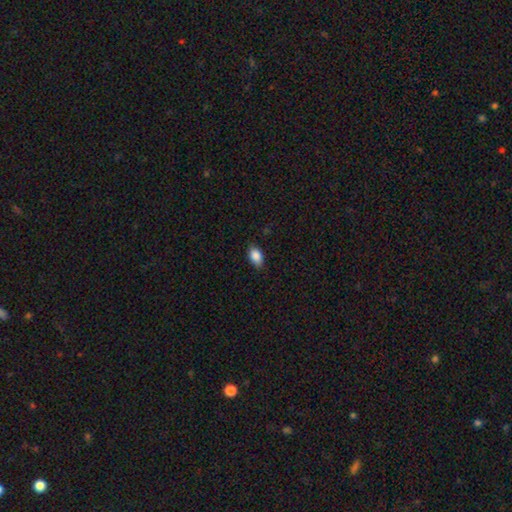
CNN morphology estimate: The model was most divided on "merging": none: 83%, minor disturbance: 14%, major disturbance: 2%, merger: 1%. More confident: how rounded — in between (88%); smooth or featured — smooth (88%).